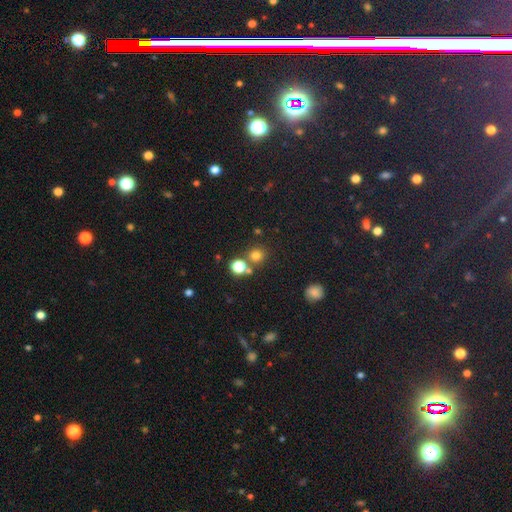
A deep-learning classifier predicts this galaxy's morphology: A smooth galaxy with no disk features (74%) that is round (90%). Merging: none (72%).